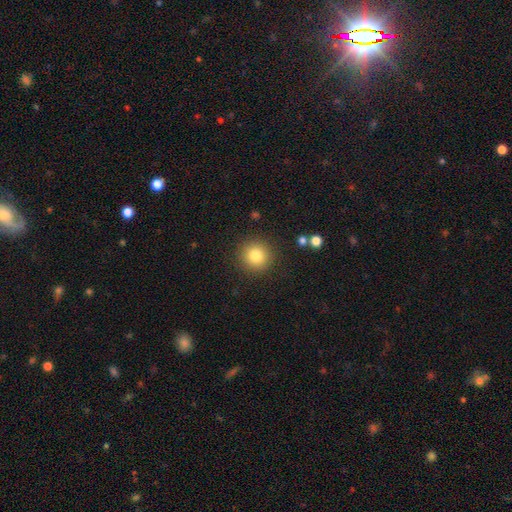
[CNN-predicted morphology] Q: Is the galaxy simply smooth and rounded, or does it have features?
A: smooth — 82%.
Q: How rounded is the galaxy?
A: round — 94%.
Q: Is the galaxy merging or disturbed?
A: none — 90%.